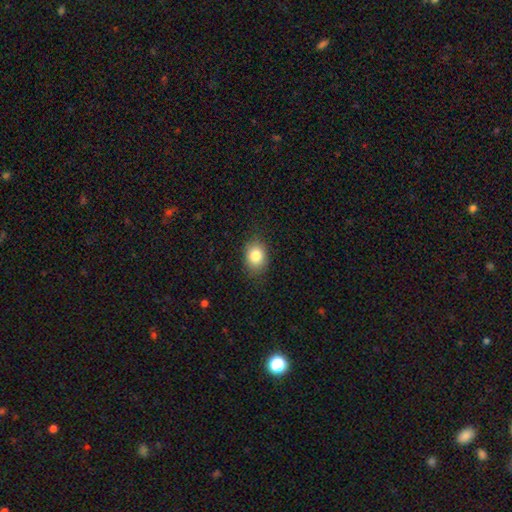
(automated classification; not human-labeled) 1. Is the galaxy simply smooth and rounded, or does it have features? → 83% smooth, 9% star or artifact, 8% featured or disk.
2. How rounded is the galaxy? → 55% in between, 44% round, 1% cigar-shaped.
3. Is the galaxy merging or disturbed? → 84% none, 12% minor disturbance, 3% major disturbance, 1% merger.